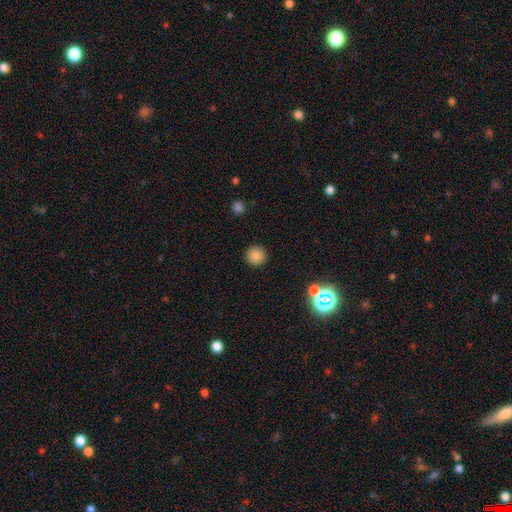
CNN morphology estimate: smooth 83%, star or artifact 12%, featured or disk 5%. Down the decision tree: how rounded — round (95%); merging — none (91%).